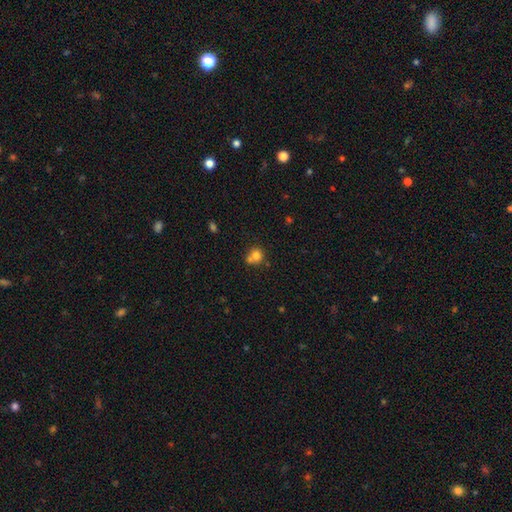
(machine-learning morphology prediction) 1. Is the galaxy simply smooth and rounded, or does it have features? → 76% smooth, 12% star or artifact, 12% featured or disk.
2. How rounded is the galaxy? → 82% round, 17% in between, 1% cigar-shaped.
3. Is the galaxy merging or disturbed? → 45% none, 41% merger, 10% minor disturbance, 4% major disturbance.